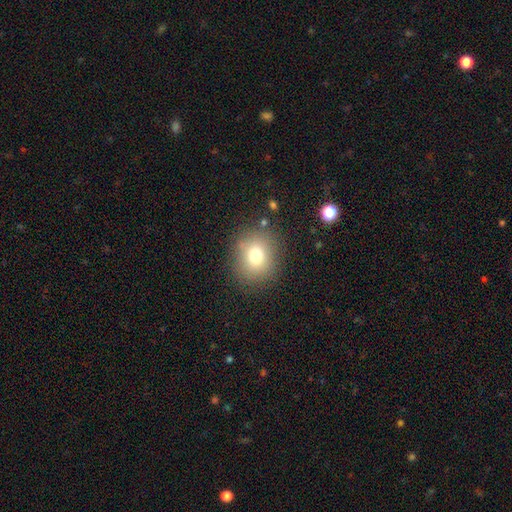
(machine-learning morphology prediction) smooth 74%, star or artifact 14%, featured or disk 12%. Down the decision tree: how rounded — round (77%); merging — none (83%).